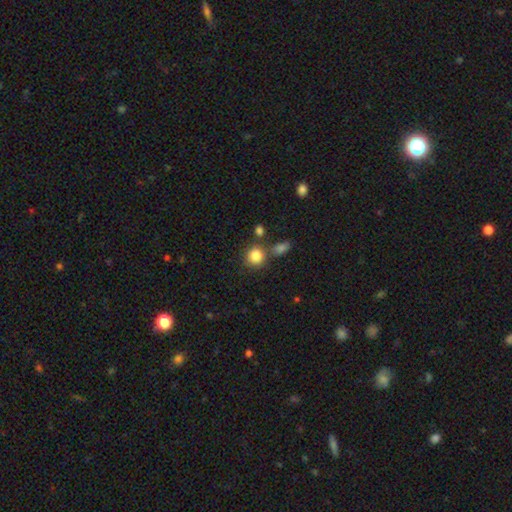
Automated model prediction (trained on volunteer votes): The model was most divided on "merging": none: 67%, merger: 17%, minor disturbance: 12%, major disturbance: 4%. More confident: how rounded — round (85%); smooth or featured — smooth (84%).